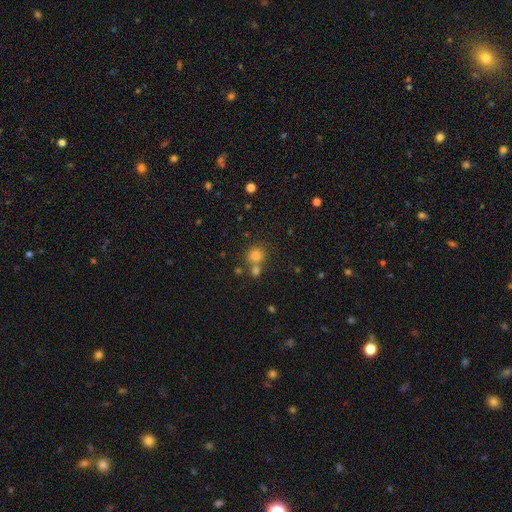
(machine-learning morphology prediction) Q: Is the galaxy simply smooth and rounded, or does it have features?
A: smooth — 78%.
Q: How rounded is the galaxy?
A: round — 87%.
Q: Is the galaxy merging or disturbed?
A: none — 60%.